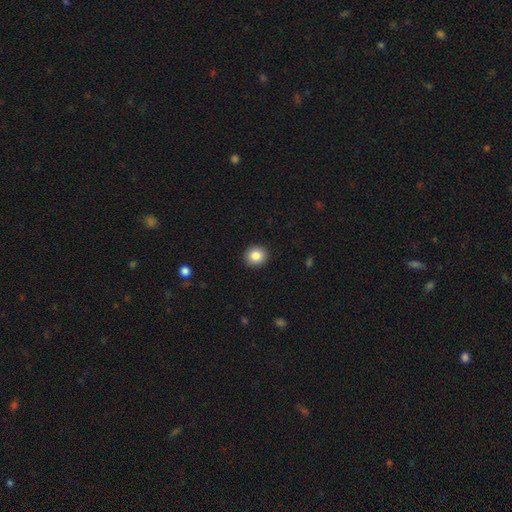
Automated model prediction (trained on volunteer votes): This appears to be a smooth galaxy with no disk features (84%) that is round (89%). Merging: none (92%).